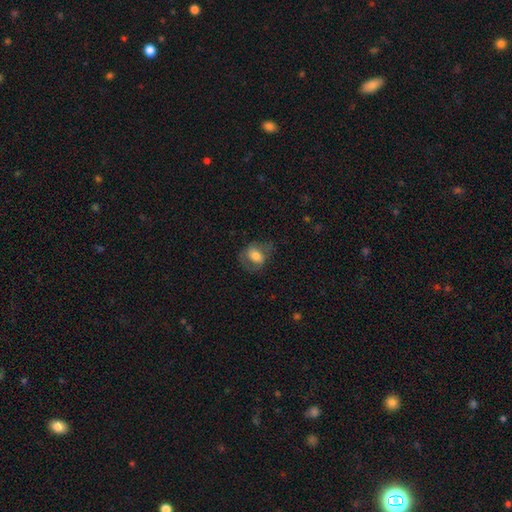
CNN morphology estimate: Smooth or featured? smooth (59%)
How rounded? in between (65%)
Merging? none (59%)